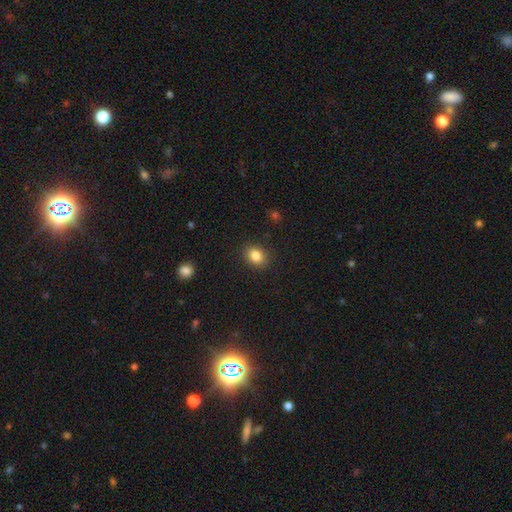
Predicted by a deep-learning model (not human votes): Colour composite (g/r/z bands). It shows a smooth galaxy with no disk features (84%) that is in between round and cigar-shaped (56%). Merging: none (88%).